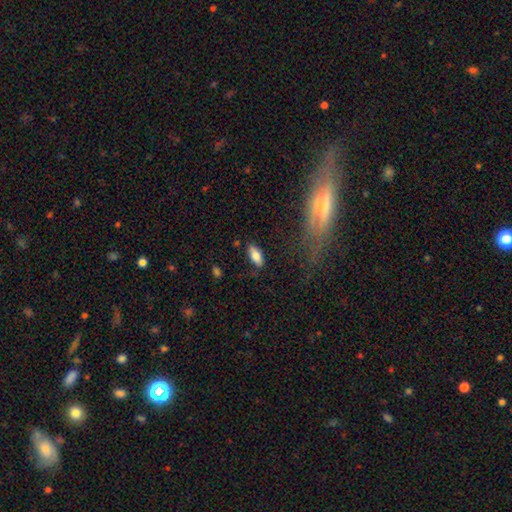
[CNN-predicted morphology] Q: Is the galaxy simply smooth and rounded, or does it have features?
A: smooth — 81%.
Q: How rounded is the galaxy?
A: in between — 84%.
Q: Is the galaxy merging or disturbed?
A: none — 80%.